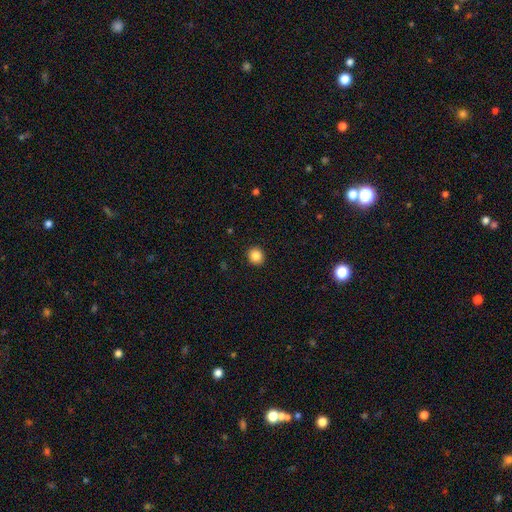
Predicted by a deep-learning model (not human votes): smooth_or_featured: smooth (p=0.85) [alt: star or artifact p=0.10]
how_rounded: round (p=0.84) [alt: in between p=0.16]
merging: none (p=0.92) [alt: minor disturbance p=0.05]